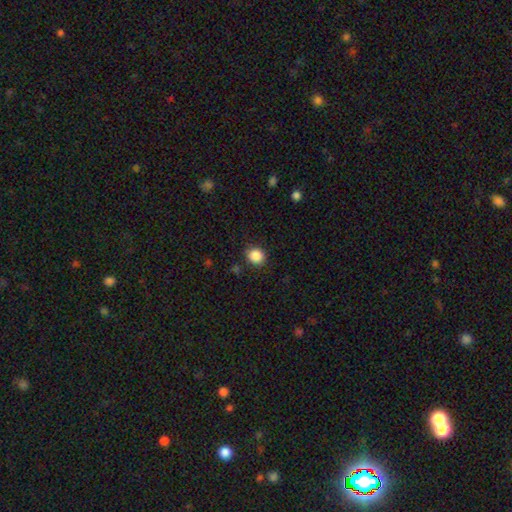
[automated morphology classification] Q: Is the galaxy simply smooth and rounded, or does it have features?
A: smooth — 86%.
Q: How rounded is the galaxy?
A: round — 79%.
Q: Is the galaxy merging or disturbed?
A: none — 87%.